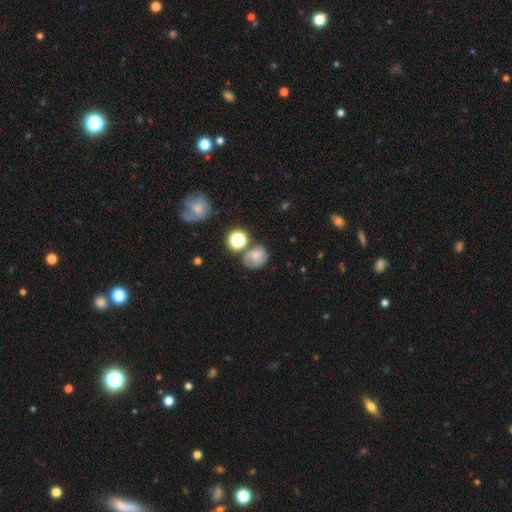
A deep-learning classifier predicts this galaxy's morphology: The model was most divided on "smooth or featured": smooth: 56%, featured or disk: 29%, star or artifact: 15%. More confident: how rounded — round (66%); merging — none (58%).